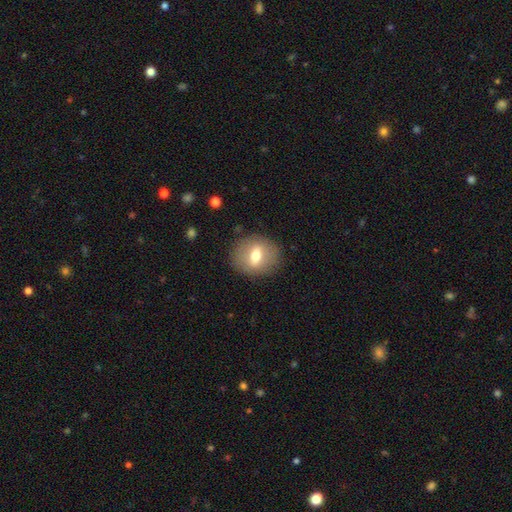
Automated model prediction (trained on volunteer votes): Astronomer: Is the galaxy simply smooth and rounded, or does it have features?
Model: smooth — 57% (runner-up: featured or disk, 35%).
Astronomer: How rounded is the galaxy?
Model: round — 62%.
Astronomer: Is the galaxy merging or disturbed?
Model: none — 85%.